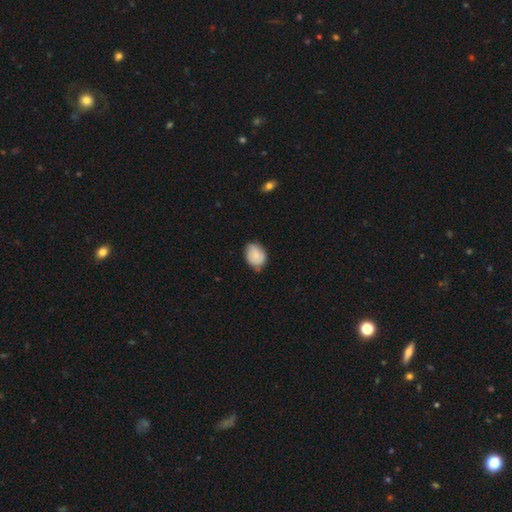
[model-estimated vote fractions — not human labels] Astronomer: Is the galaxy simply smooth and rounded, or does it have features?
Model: smooth — 74%.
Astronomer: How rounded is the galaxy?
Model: in between — 63%.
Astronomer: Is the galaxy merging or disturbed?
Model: none — 66%.